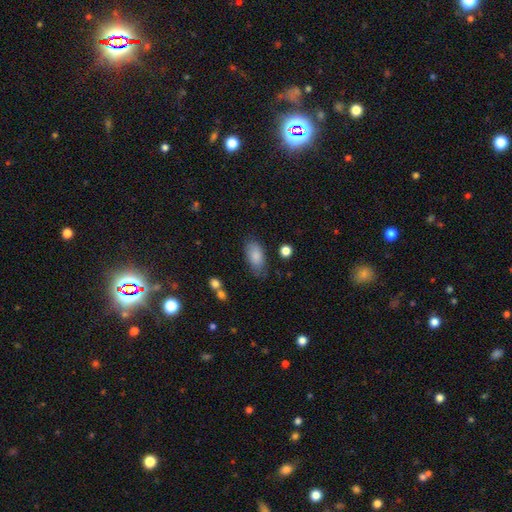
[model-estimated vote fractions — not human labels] Q: Smooth or featured?
A: smooth (85%); runner-up: featured or disk (8%)
Q: How rounded?
A: in between (92%); runner-up: cigar-shaped (5%)
Q: Merging?
A: none (71%); runner-up: minor disturbance (21%)